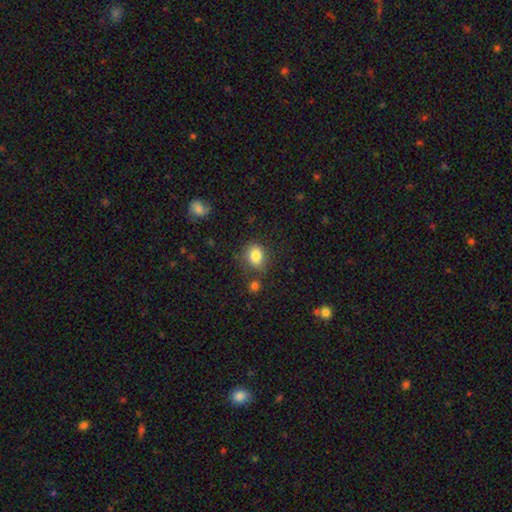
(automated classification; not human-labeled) Q: Smooth or featured?
A: smooth (83%); runner-up: star or artifact (10%)
Q: How rounded?
A: in between (50%); runner-up: round (49%)
Q: Merging?
A: none (69%); runner-up: minor disturbance (19%)